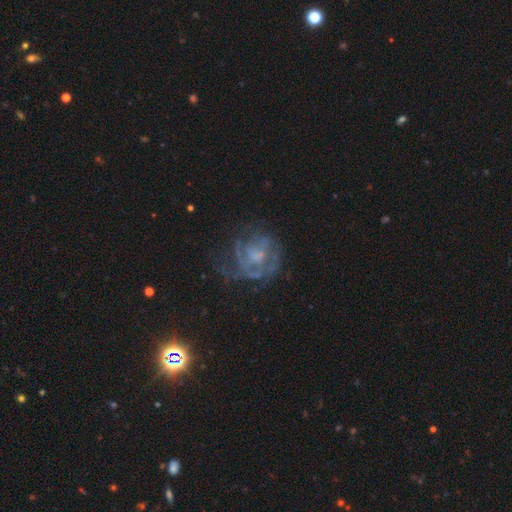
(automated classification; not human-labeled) Q: Smooth or featured?
A: featured or disk (70%); runner-up: smooth (18%)
Q: Edge-on disk?
A: no (97%); runner-up: yes (3%)
Q: Bar?
A: no (75%); runner-up: weak (21%)
Q: Spiral arms?
A: yes (61%); runner-up: no (39%)
Q: Bulge size?
A: moderate (35%); runner-up: small (31%)
Q: Merging?
A: none (52%); runner-up: major disturbance (25%)